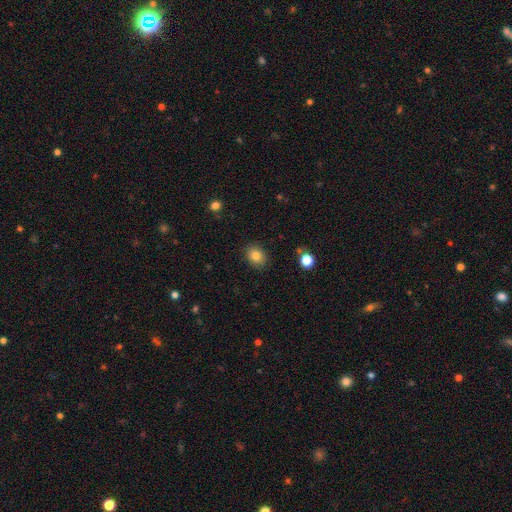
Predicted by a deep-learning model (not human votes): smooth-or-featured: smooth: 83% | star or artifact: 10% | featured or disk: 7%
  how-rounded: in between: 50% | round: 49% | cigar-shaped: 1%
  merging: none: 87% | minor disturbance: 9% | major disturbance: 2% | merger: 1%